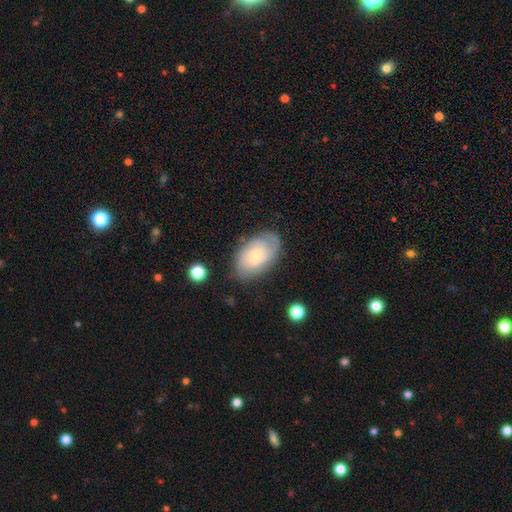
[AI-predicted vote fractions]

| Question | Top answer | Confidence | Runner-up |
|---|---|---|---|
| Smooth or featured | featured or disk | 58% | smooth (35%) |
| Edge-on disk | no | 95% | yes (5%) |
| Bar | no | 72% | weak (25%) |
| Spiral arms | yes | 87% | no (13%) |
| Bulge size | small | 75% | moderate (19%) |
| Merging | none | 74% | minor disturbance (18%) |